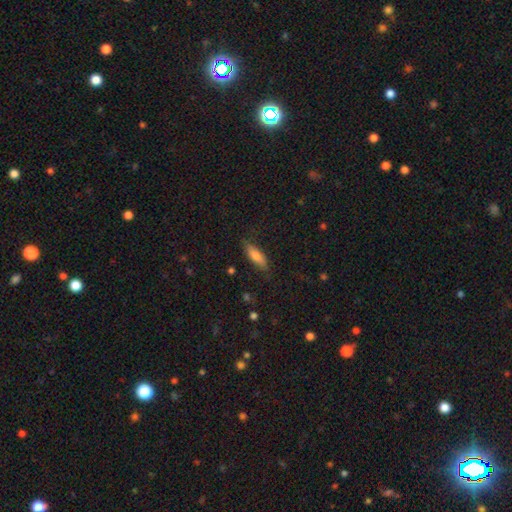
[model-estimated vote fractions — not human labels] The model was most divided on "how rounded": in between: 51%, cigar-shaped: 47%, round: 2%. More confident: merging — none (78%); smooth or featured — smooth (75%).